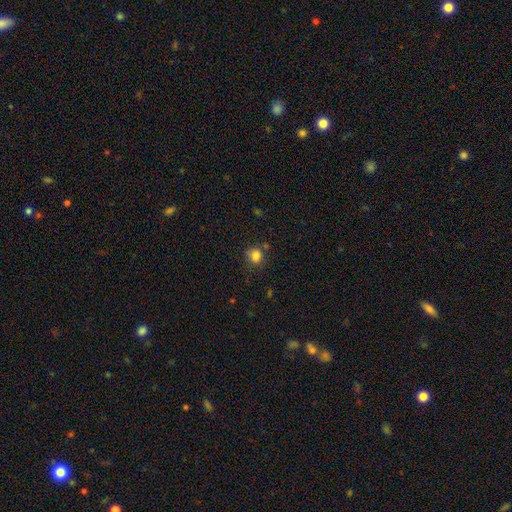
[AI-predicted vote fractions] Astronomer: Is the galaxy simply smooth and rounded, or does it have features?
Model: smooth — 82%.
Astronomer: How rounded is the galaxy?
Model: round — 73%.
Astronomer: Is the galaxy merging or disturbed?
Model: none — 69%.